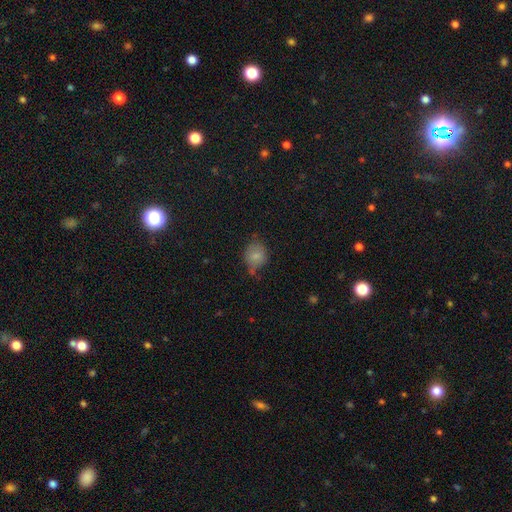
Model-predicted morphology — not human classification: Overall: smooth (79%). How rounded: round (60%; in between 38%). Merging: none (57%; minor disturbance 29%).